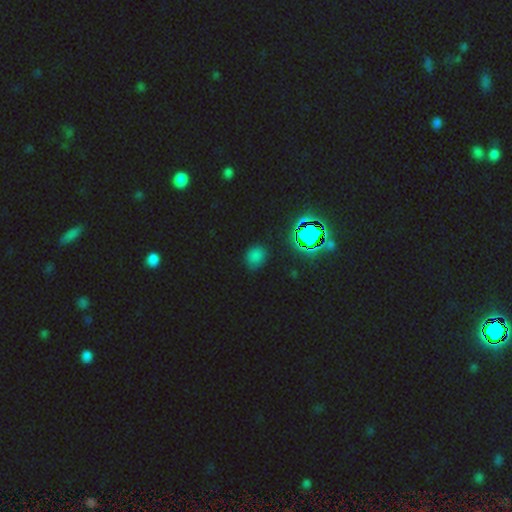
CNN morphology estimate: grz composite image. It shows a smooth galaxy with no disk features (59%) that is round (72%). Merging: none (85%).